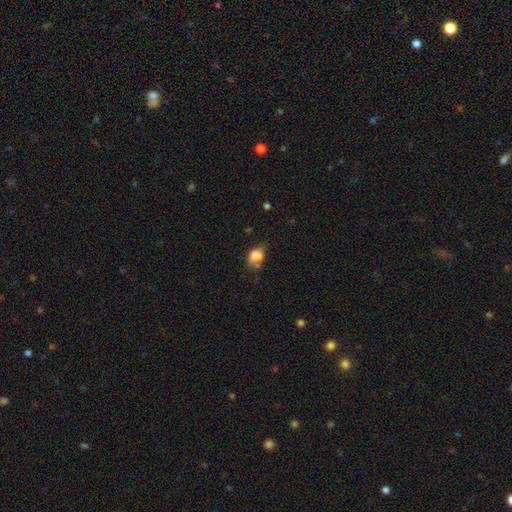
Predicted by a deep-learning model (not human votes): Smooth or featured? Predicted: smooth (p=0.78). How rounded? Predicted: in between (p=0.62). Merging? Predicted: none (p=0.37).